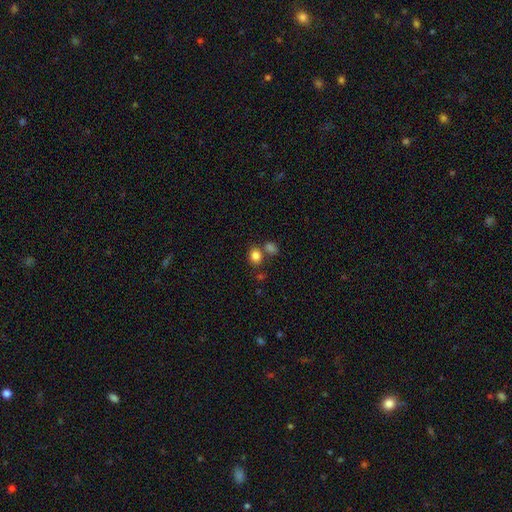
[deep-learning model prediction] smooth 83%, star or artifact 11%, featured or disk 6%. Down the decision tree: how rounded — round (55%); merging — none (60%).